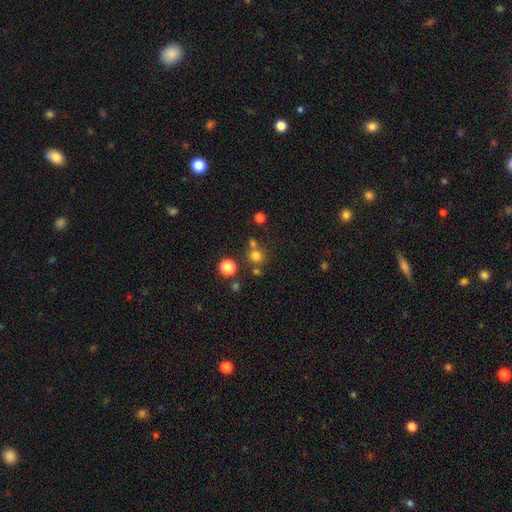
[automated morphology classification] This is likely a smooth galaxy (72%). How rounded: clearly round (89%). Merging: likely none (67%).